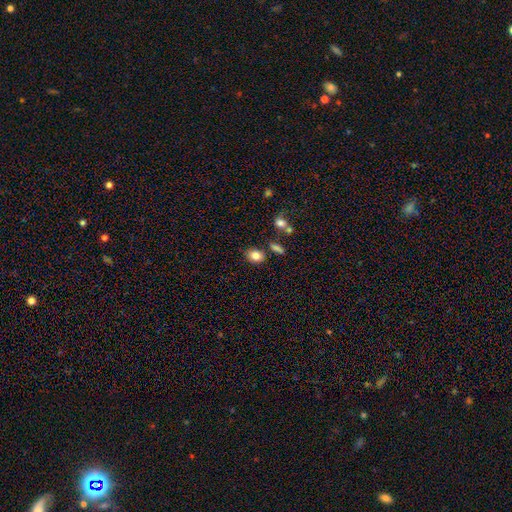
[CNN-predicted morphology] Smooth or featured? smooth (82%)
How rounded? in between (60%)
Merging? none (77%)